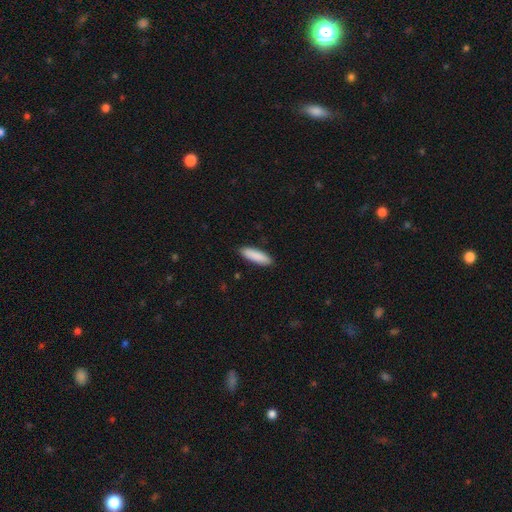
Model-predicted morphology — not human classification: A smooth galaxy with no disk features (89%) that is cigar-shaped (63%).

Vote fractions:
- Smooth or featured? smooth: 89% / featured or disk: 6% / star or artifact: 6%
- How rounded? cigar-shaped: 63% / in between: 35% / round: 1%
- Merging? none: 90% / minor disturbance: 8% / major disturbance: 2% / merger: 1%